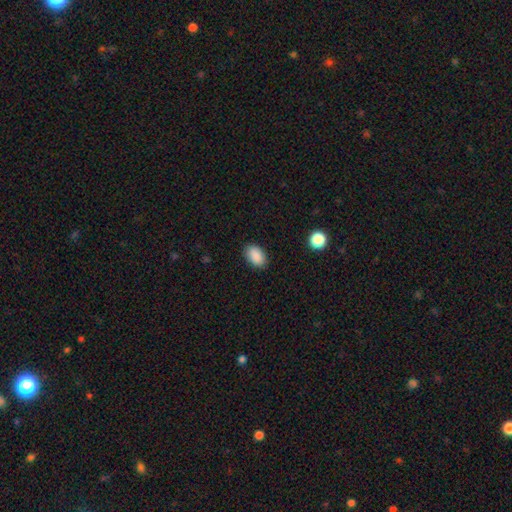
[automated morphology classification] Smooth or featured? smooth (89%)
How rounded? in between (89%)
Merging? none (86%)